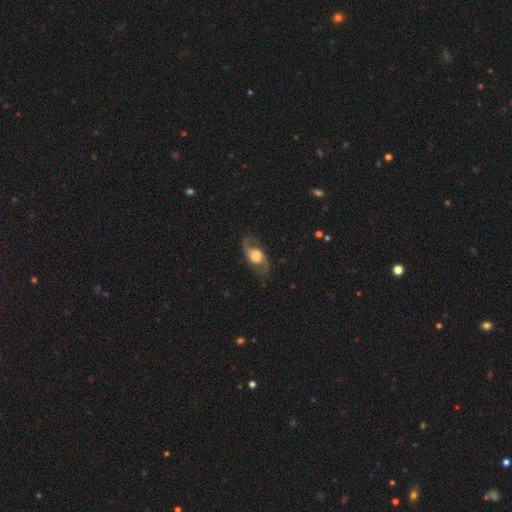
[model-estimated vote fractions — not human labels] Smooth or featured?
  - featured or disk: 70% *
  - smooth: 24%
  - star or artifact: 6%
Edge-on disk?
  - no: 90% *
  - yes: 10%
Bar?
  - no: 69% *
  - weak: 25%
  - strong: 6%
Spiral arms?
  - yes: 85% *
  - no: 15%
Spiral winding?
  - loose: 51% *
  - medium: 39%
  - tight: 10%
Spiral arm count?
  - 2: 91% *
  - can't tell: 4%
  - 1: 2%
  - 3: 1%
  - 4: 1%
  - more than 4: 1%
Bulge size?
  - large: 52% *
  - moderate: 31%
  - dominant: 10%
  - small: 5%
  - none: 2%
Merging?
  - none: 76% *
  - minor disturbance: 14%
  - major disturbance: 8%
  - merger: 1%